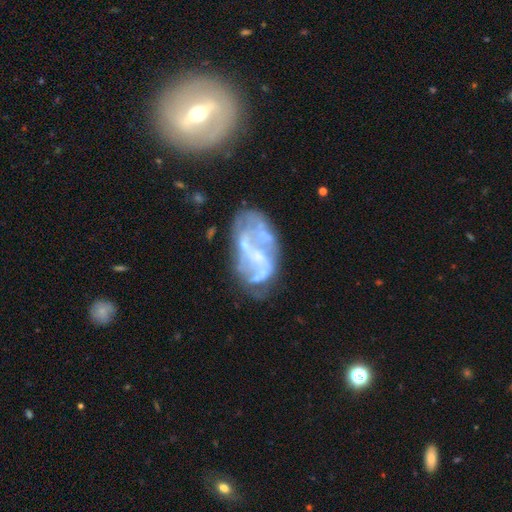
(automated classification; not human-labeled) Overall: featured or disk (76%). Edge-on disk: no (97%). Bar: no (56%; weak 32%). Spiral arms: yes (53%; no 47%). Bulge size: small (44%; none 38%). Merging: none (41%; major disturbance 24%).